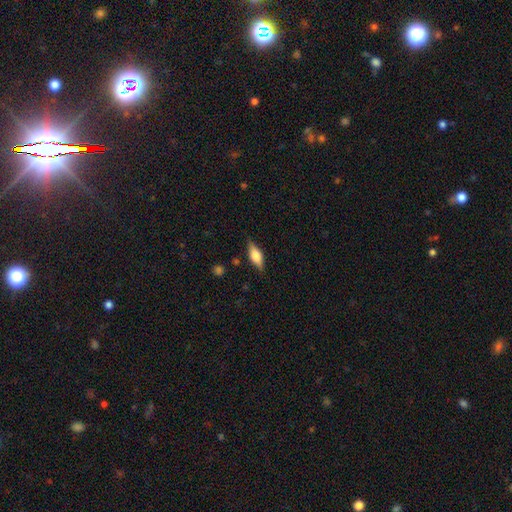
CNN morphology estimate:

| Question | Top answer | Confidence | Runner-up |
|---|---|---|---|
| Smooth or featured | smooth | 52% | featured or disk (41%) |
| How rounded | in between | 65% | cigar-shaped (32%) |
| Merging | none | 82% | minor disturbance (13%) |